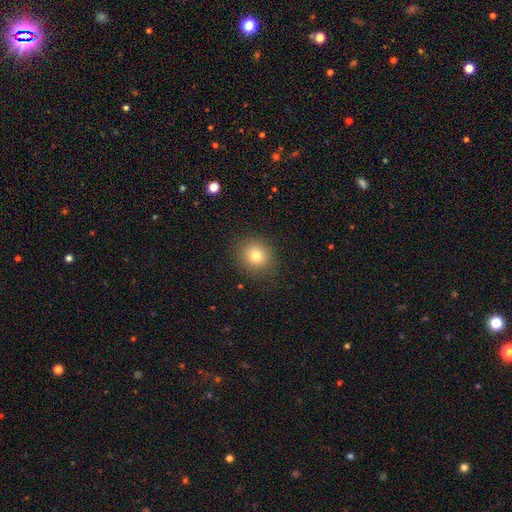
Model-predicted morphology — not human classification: Smooth or featured?
  - smooth: 78% *
  - star or artifact: 13%
  - featured or disk: 9%
How rounded?
  - round: 83% *
  - in between: 16%
  - cigar-shaped: 1%
Merging?
  - none: 88% *
  - minor disturbance: 8%
  - major disturbance: 3%
  - merger: 1%